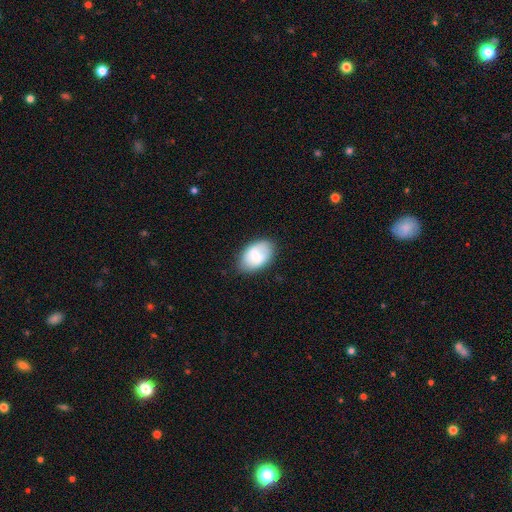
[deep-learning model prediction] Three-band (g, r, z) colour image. It shows a smooth galaxy with no disk features (73%) that is in between round and cigar-shaped (89%). Merging: none (75%).